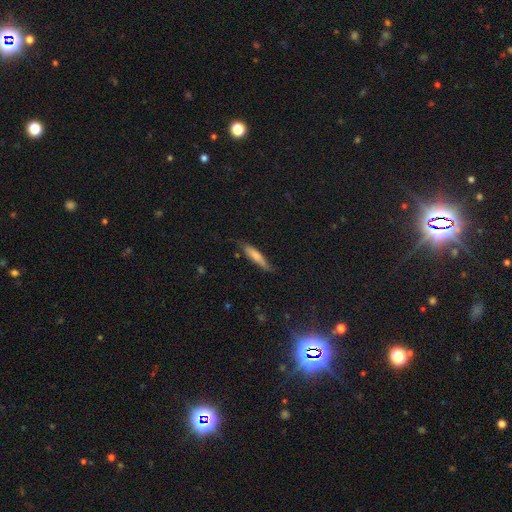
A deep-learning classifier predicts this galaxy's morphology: This appears to be a smooth galaxy with no disk features (70%) that is cigar-shaped (84%). Merging: none (74%).